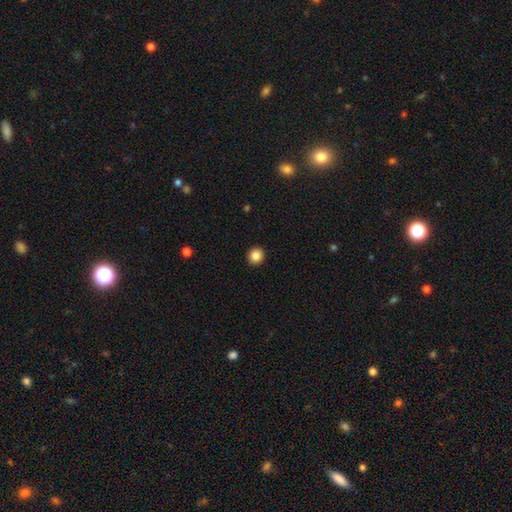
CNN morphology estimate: Smooth or featured? smooth (86%)
How rounded? round (94%)
Merging? none (94%)